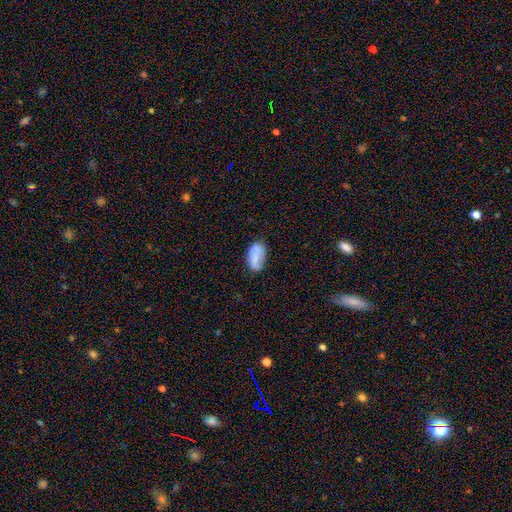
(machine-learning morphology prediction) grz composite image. It shows a smooth galaxy with no disk features (70%) that is in between round and cigar-shaped (92%). Merging: none (63%).